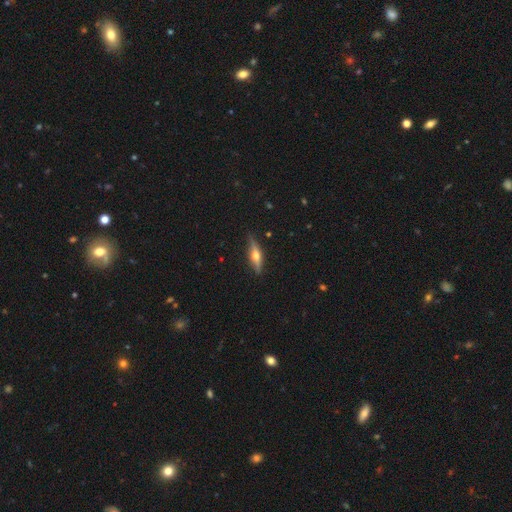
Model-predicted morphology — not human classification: This appears to be a featured or disk galaxy (66%) viewed edge-on (95%) with a rounded central bulge (94%). Merging: none (86%).